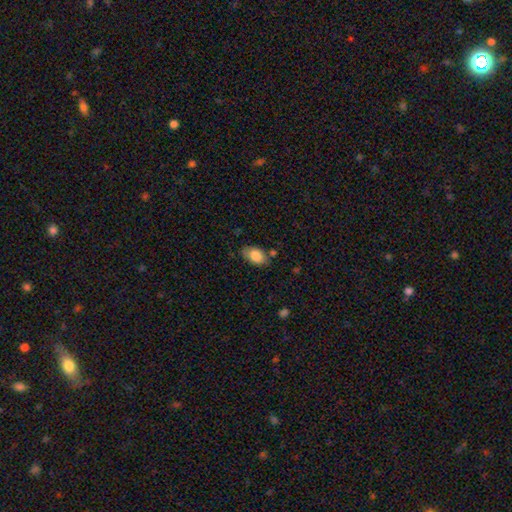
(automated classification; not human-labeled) smooth_or_featured: smooth (p=0.85) [alt: featured or disk p=0.08]
how_rounded: in between (p=0.90) [alt: round p=0.08]
merging: none (p=0.70) [alt: minor disturbance p=0.21]